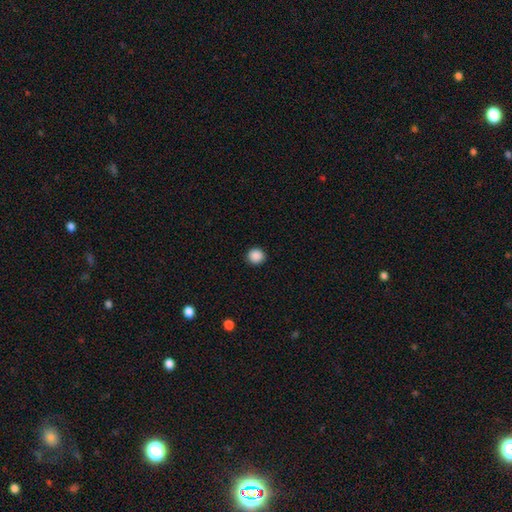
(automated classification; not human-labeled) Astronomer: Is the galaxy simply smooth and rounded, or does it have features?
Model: smooth — 89%.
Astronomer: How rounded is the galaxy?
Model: round — 92%.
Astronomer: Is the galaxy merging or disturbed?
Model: none — 92%.